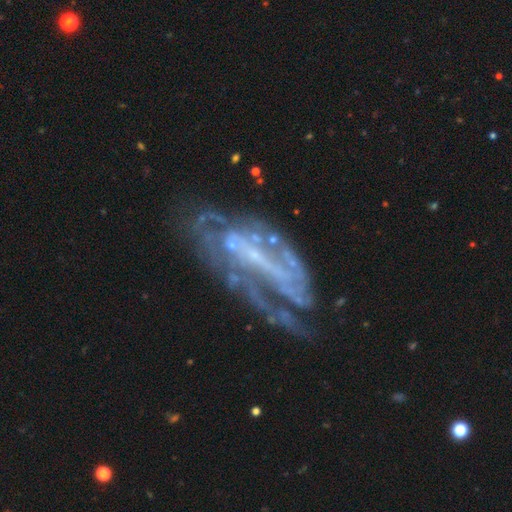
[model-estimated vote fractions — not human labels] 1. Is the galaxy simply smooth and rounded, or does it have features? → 81% featured or disk, 10% smooth, 9% star or artifact.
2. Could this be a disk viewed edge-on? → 91% no, 9% yes.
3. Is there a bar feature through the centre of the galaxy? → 37% strong, 32% weak, 31% no.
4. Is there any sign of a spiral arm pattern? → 74% yes, 26% no.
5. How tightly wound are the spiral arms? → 45% tight, 36% medium, 19% loose.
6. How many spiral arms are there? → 46% can't tell, 27% 2, 10% 3, 8% 1, 5% 4, 4% more than 4.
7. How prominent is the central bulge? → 46% none, 41% small, 10% moderate, 2% large, 1% dominant.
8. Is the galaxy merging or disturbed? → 46% none, 26% major disturbance, 22% minor disturbance, 5% merger.